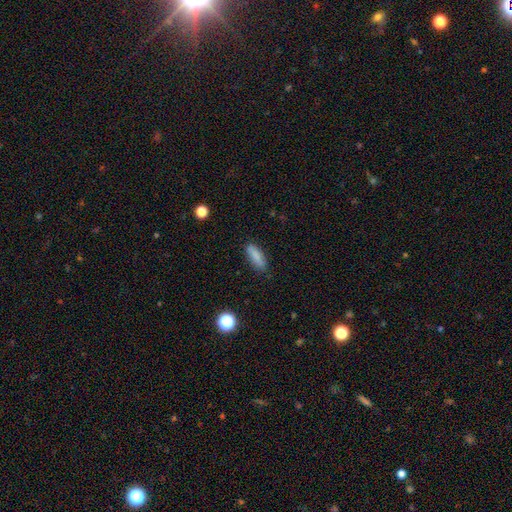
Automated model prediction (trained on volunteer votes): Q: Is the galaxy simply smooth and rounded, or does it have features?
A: smooth — 84%.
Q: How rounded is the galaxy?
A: in between — 56%.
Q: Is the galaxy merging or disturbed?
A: none — 83%.